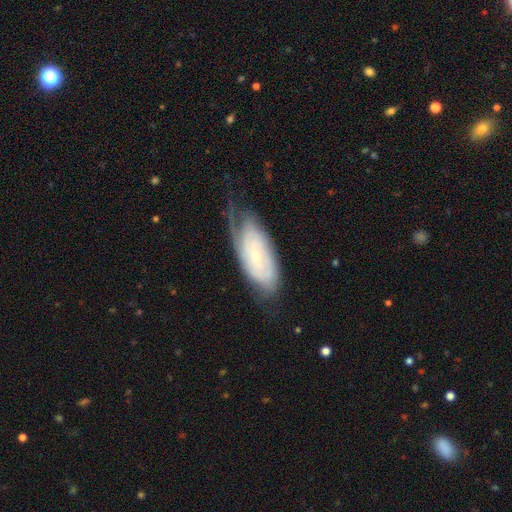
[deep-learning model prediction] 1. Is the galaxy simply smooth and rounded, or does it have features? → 68% featured or disk, 25% smooth, 7% star or artifact.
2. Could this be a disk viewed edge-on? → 90% no, 10% yes.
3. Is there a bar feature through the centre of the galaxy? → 71% no, 23% weak, 6% strong.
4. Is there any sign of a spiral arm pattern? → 86% yes, 14% no.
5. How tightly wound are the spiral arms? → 64% tight, 26% medium, 10% loose.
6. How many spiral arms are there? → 52% can't tell, 26% 2, 9% 1, 7% 3, 4% 4, 3% more than 4.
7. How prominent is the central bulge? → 79% small, 15% moderate, 3% none, 1% large, 1% dominant.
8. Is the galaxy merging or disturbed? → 50% none, 30% minor disturbance, 18% major disturbance, 2% merger.